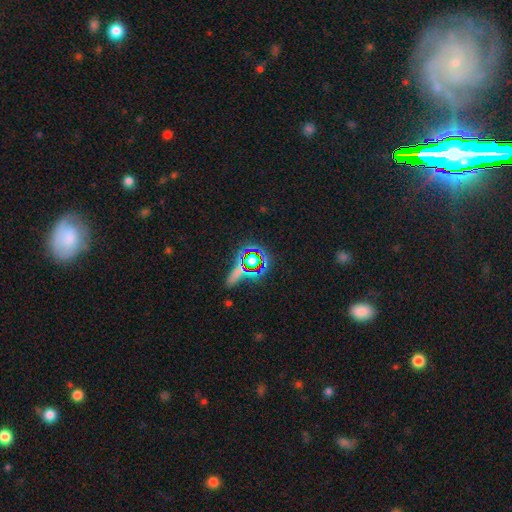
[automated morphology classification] star or artifact 63%, smooth 25%, featured or disk 12%.